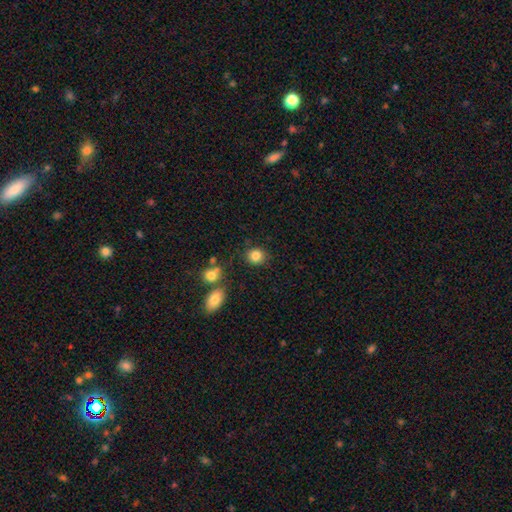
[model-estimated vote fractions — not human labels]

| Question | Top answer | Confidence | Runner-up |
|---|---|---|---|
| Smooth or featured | smooth | 85% | star or artifact (10%) |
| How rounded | round | 80% | in between (19%) |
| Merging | none | 82% | minor disturbance (10%) |